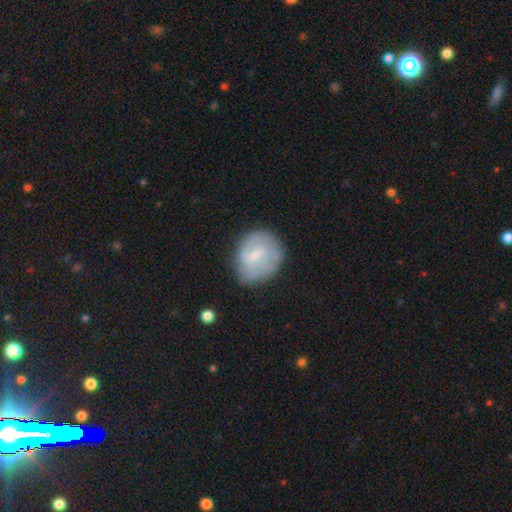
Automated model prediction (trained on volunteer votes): Q: Smooth or featured?
A: featured or disk (55%); runner-up: smooth (38%)
Q: Edge-on disk?
A: no (97%); runner-up: yes (3%)
Q: Bar?
A: weak (60%); runner-up: no (23%)
Q: Spiral arms?
A: yes (70%); runner-up: no (30%)
Q: Bulge size?
A: small (57%); runner-up: moderate (26%)
Q: Merging?
A: none (57%); runner-up: minor disturbance (29%)